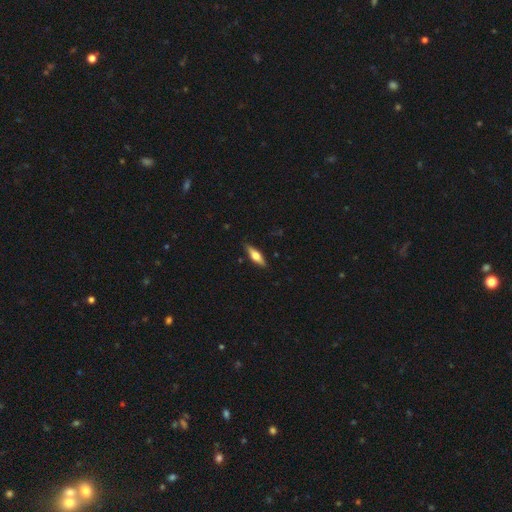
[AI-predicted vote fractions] This appears to be a featured or disk galaxy (47%, tied with smooth). Merging: none (87%).